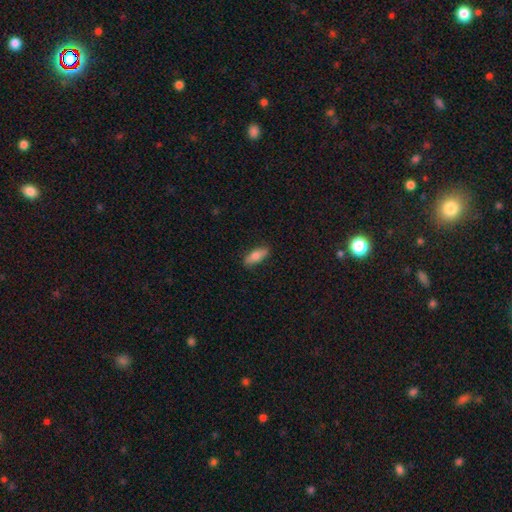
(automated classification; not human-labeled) smooth_or_featured: smooth (p=0.76) [alt: featured or disk p=0.17]
how_rounded: in between (p=0.67) [alt: cigar-shaped p=0.30]
merging: none (p=0.83) [alt: minor disturbance p=0.14]